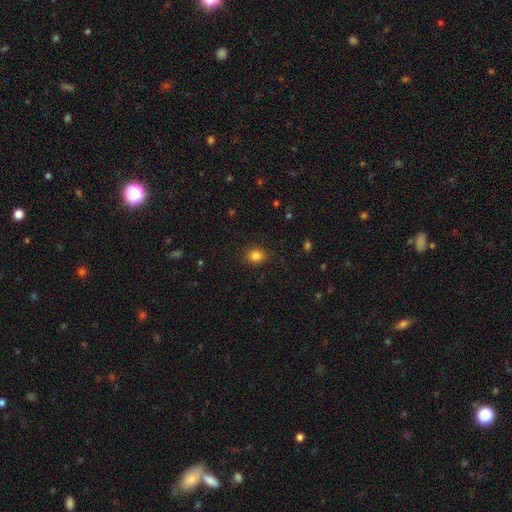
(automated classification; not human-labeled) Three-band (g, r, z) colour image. It shows a smooth galaxy with no disk features (84%) that is round (54%). Merging: none (87%).